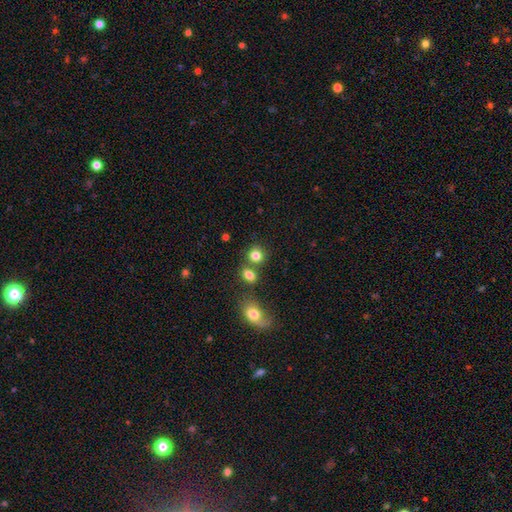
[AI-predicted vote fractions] The model was most divided on "merging": none: 64%, merger: 23%, minor disturbance: 9%, major disturbance: 4%. More confident: smooth or featured — smooth (82%); how rounded — round (78%).